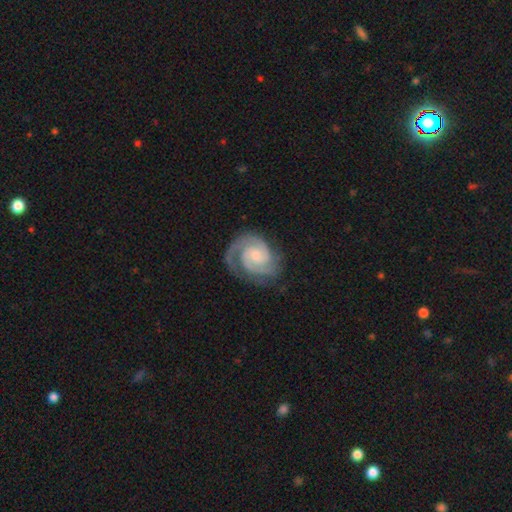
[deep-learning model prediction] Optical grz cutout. It shows a featured or disk galaxy (91%) with no bar (62%), 2 (72%) tight (61%) spiral arms (98%) and a small central bulge (50%). Merging: none (75%).